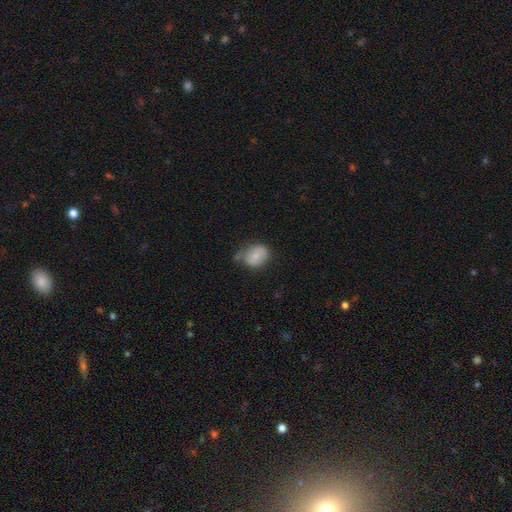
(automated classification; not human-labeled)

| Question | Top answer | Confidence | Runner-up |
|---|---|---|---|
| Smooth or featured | smooth | 73% | featured or disk (18%) |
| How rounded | in between | 51% | round (48%) |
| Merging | none | 52% | minor disturbance (30%) |